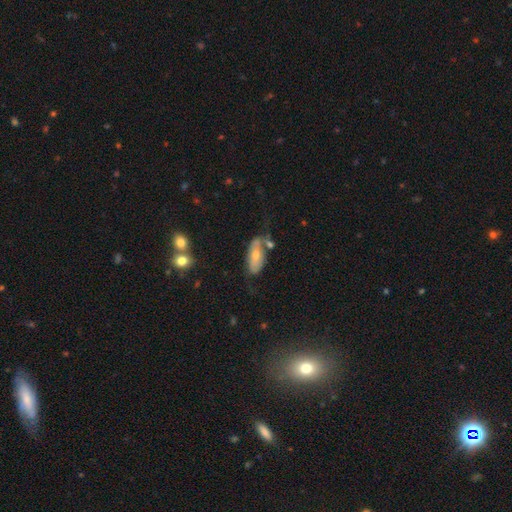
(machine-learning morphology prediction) smooth-or-featured: smooth: 60% | featured or disk: 33% | star or artifact: 7%
  how-rounded: in between: 83% | cigar-shaped: 14% | round: 3%
  merging: none: 42% | minor disturbance: 27% | merger: 16% | major disturbance: 14%